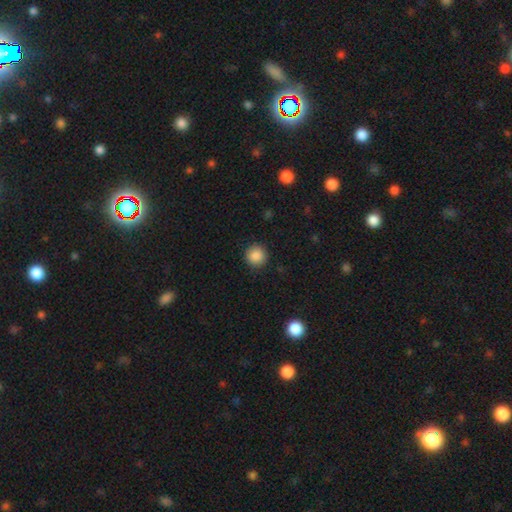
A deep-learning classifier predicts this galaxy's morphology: smooth-or-featured: smooth: 87% | star or artifact: 9% | featured or disk: 3%
  how-rounded: round: 95% | in between: 4% | cigar-shaped: 1%
  merging: none: 91% | minor disturbance: 6% | major disturbance: 2% | merger: 1%